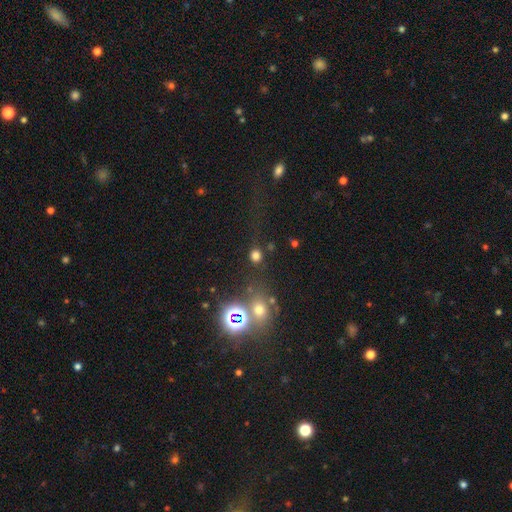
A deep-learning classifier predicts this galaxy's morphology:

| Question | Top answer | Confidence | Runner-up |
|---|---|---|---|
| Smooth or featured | smooth | 69% | star or artifact (25%) |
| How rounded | round | 85% | in between (14%) |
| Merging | none | 79% | minor disturbance (10%) |